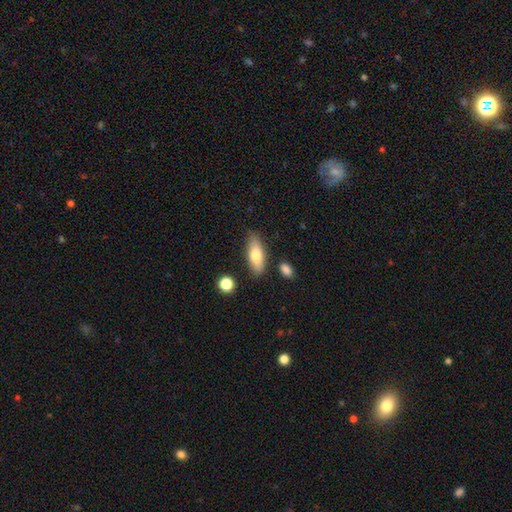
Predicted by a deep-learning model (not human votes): Smooth or featured? smooth (73%)
How rounded? in between (71%)
Merging? none (79%)